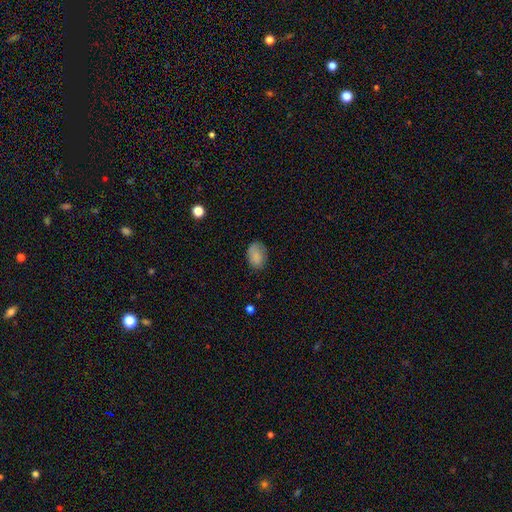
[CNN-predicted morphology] smooth 82%, featured or disk 9%, star or artifact 9%. Down the decision tree: how rounded — in between (77%); merging — none (70%).